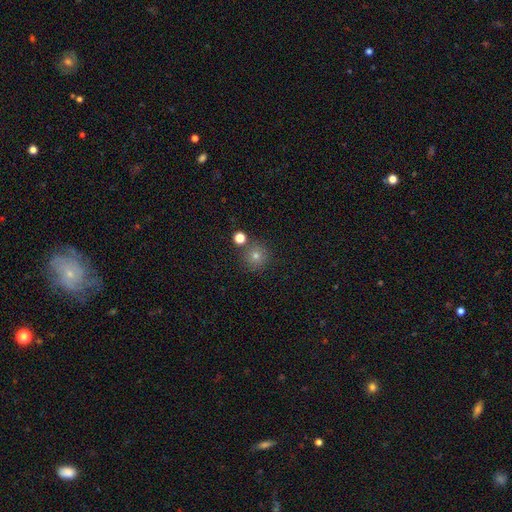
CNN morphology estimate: Smooth or featured? smooth (77%)
How rounded? round (95%)
Merging? none (79%)